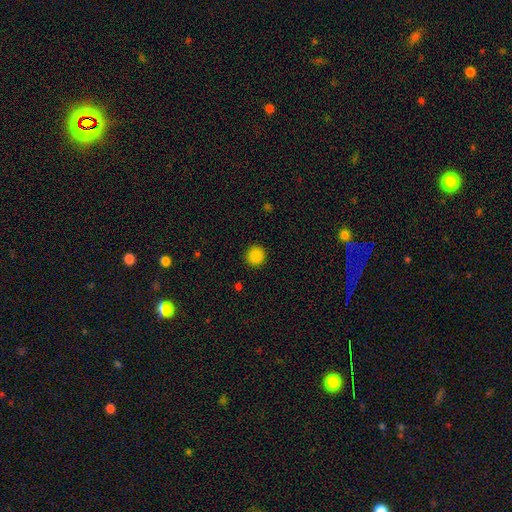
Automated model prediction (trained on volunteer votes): Smooth or featured?
  - smooth: 87% *
  - star or artifact: 11%
  - featured or disk: 3%
How rounded?
  - round: 93% *
  - in between: 6%
  - cigar-shaped: 1%
Merging?
  - none: 92% *
  - minor disturbance: 5%
  - major disturbance: 2%
  - merger: 1%